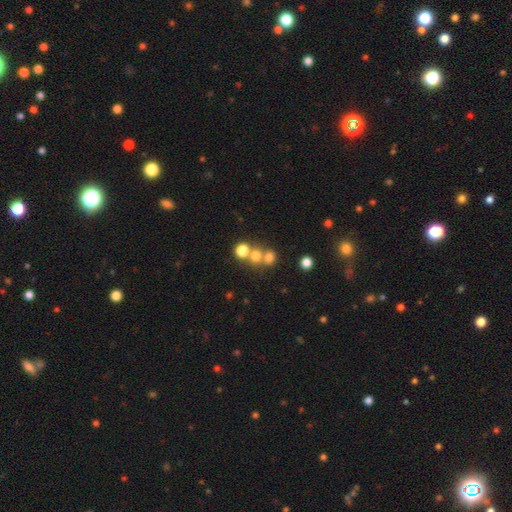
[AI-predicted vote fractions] This appears to be a smooth galaxy with no disk features (68%) that is round (75%). Merging: none (45%).